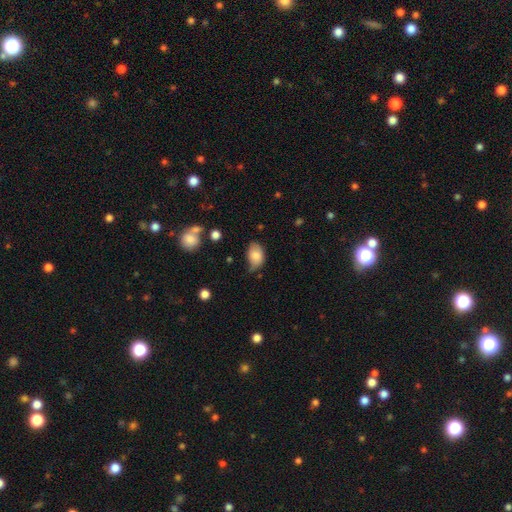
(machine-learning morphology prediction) Q: Smooth or featured?
A: smooth (79%); runner-up: featured or disk (13%)
Q: How rounded?
A: in between (84%); runner-up: round (15%)
Q: Merging?
A: none (46%); runner-up: minor disturbance (41%)